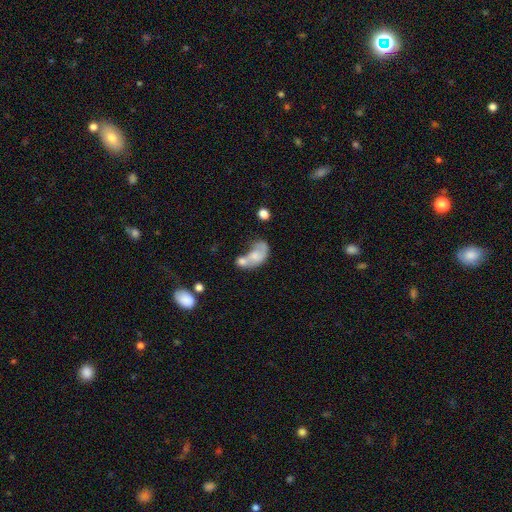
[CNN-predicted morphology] type=smooth (58%); roundness=in between (84%); merging=merger (59%).